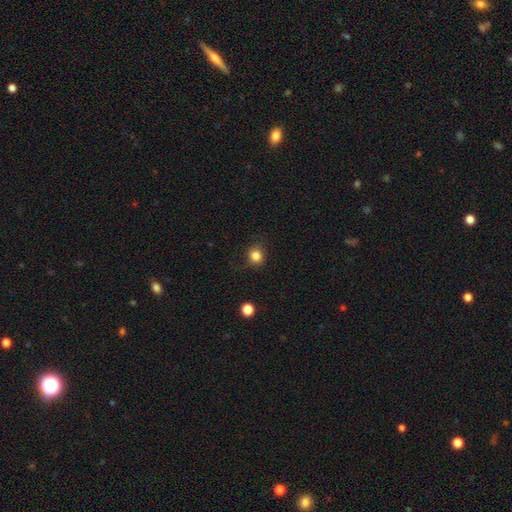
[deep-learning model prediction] A smooth galaxy with no disk features (83%) that is round (86%). Merging: none (81%).